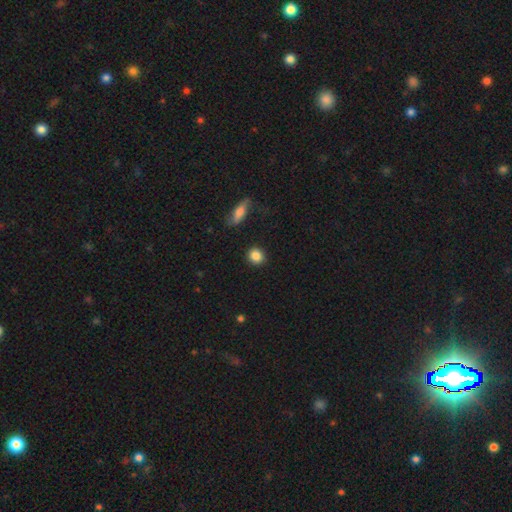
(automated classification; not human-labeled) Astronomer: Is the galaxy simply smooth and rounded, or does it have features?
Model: smooth — 87%.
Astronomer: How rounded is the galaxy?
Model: round — 82%.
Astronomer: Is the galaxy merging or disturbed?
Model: none — 89%.